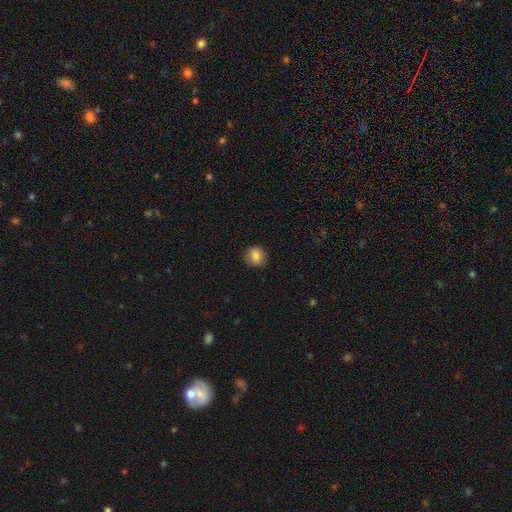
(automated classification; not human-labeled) Smooth or featured: smooth — 84% (star or artifact — 9%)
How rounded: round — 85% (in between — 14%)
Merging: none — 90% (minor disturbance — 7%)